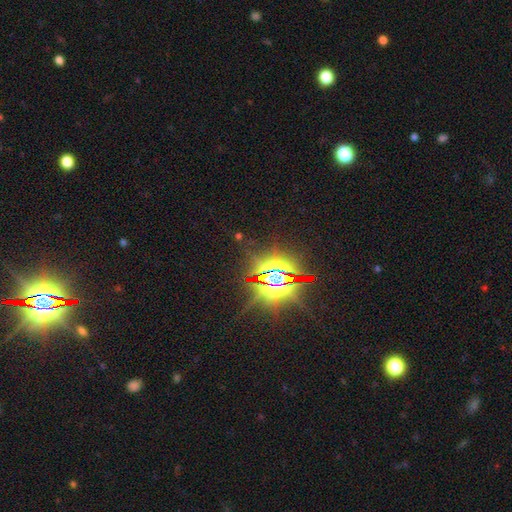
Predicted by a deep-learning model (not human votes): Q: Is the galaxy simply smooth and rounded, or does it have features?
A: star or artifact — 84%.